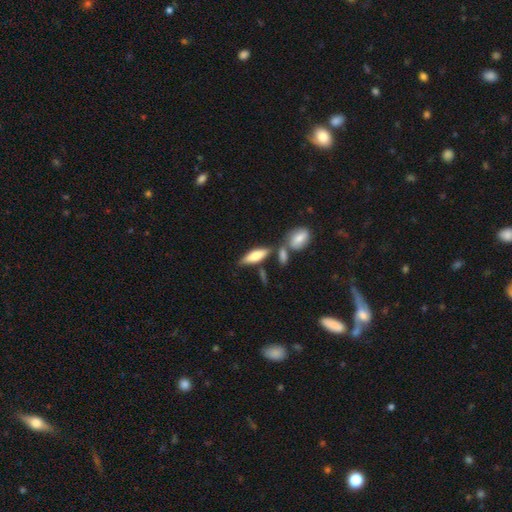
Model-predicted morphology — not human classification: A smooth galaxy with no disk features (67%) that is in between round and cigar-shaped (60%).

Vote fractions:
- Smooth or featured? smooth: 67% / featured or disk: 26% / star or artifact: 6%
- How rounded? in between: 60% / cigar-shaped: 37% / round: 2%
- Merging? none: 60% / merger: 21% / minor disturbance: 15% / major disturbance: 5%